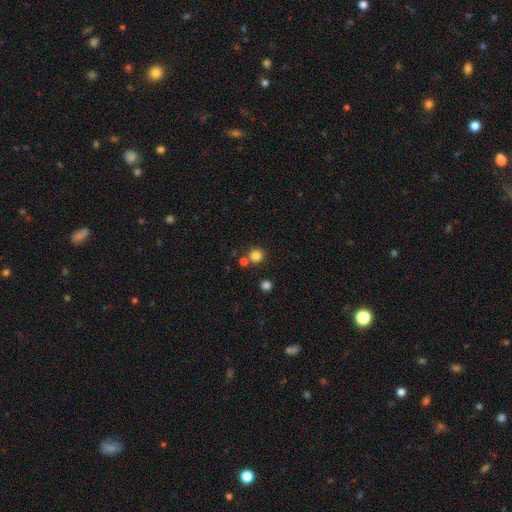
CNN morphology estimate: A smooth galaxy with no disk features (82%) that is round (94%). Merging: none (74%).